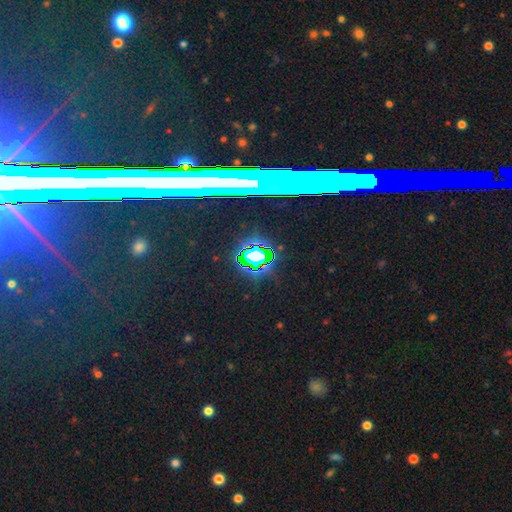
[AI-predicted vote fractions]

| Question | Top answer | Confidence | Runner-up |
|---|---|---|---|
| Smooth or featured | star or artifact | 72% | smooth (18%) |